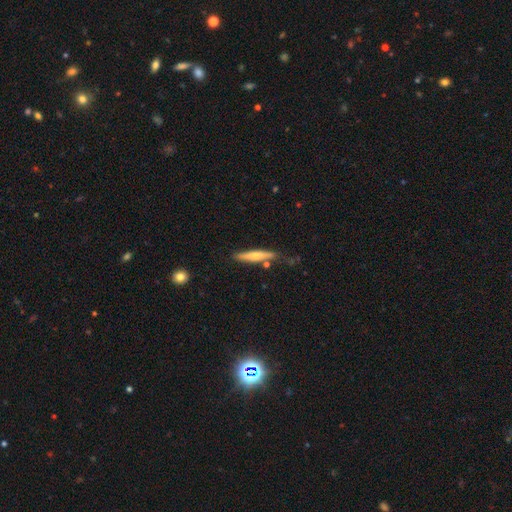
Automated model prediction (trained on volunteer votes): A smooth galaxy with no disk features (58%) that is cigar-shaped (90%).

Vote fractions:
- Smooth or featured? smooth: 58% / featured or disk: 36% / star or artifact: 6%
- How rounded? cigar-shaped: 90% / in between: 8% / round: 2%
- Merging? none: 72% / minor disturbance: 18% / merger: 6% / major disturbance: 4%